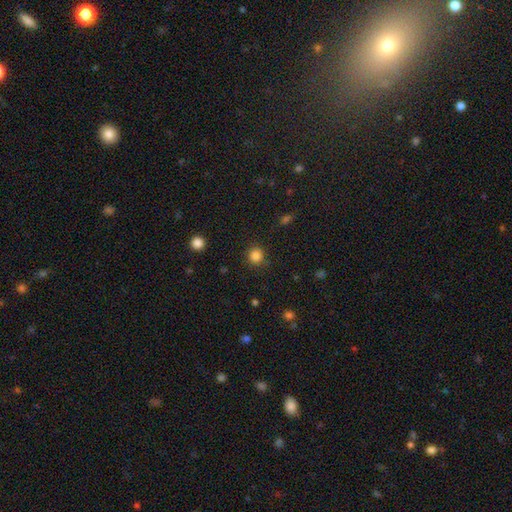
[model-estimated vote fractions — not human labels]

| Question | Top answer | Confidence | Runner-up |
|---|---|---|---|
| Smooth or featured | smooth | 85% | star or artifact (12%) |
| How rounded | round | 92% | in between (7%) |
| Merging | none | 89% | minor disturbance (7%) |